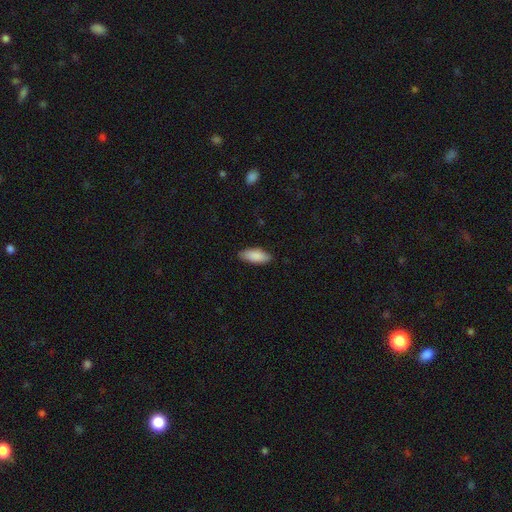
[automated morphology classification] A smooth galaxy with no disk features (89%) that is in between round and cigar-shaped (82%).

Vote fractions:
- Smooth or featured? smooth: 89% / star or artifact: 6% / featured or disk: 6%
- How rounded? in between: 82% / cigar-shaped: 17% / round: 2%
- Merging? none: 84% / minor disturbance: 13% / major disturbance: 2% / merger: 1%